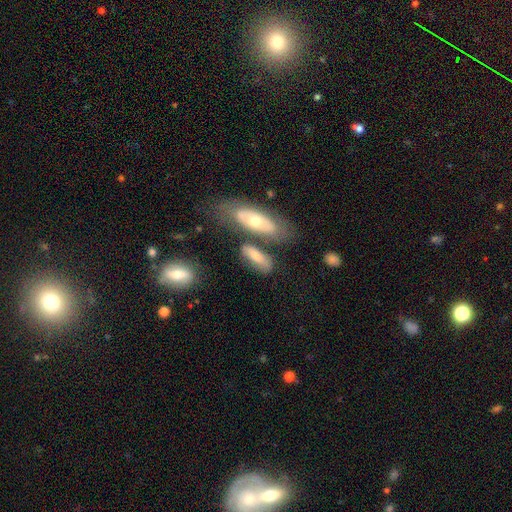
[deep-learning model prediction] smooth 61%, featured or disk 32%, star or artifact 7%. Down the decision tree: how rounded — in between (67%); merging — none (53%).